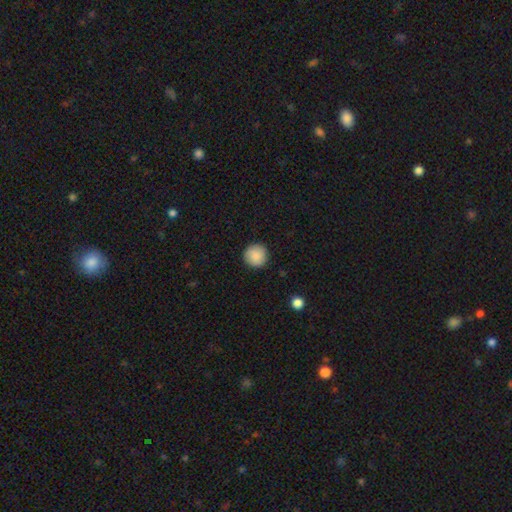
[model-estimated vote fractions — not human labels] This is clearly a smooth galaxy (87%). How rounded: clearly round (96%). Merging: clearly none (91%).